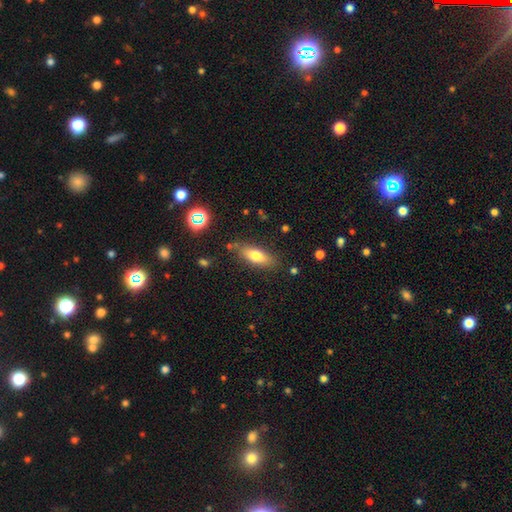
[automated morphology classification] A smooth galaxy with no disk features (72%) that is in between round and cigar-shaped (70%).

Vote fractions:
- Smooth or featured? smooth: 72% / featured or disk: 20% / star or artifact: 8%
- How rounded? in between: 70% / cigar-shaped: 26% / round: 3%
- Merging? none: 79% / minor disturbance: 14% / major disturbance: 4% / merger: 3%